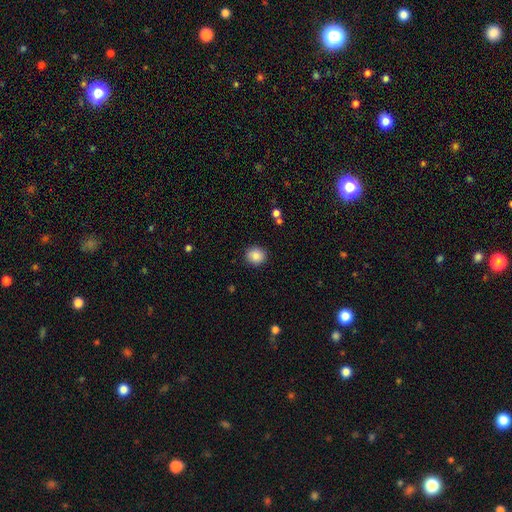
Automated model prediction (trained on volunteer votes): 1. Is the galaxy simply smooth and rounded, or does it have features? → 87% smooth, 9% star or artifact, 4% featured or disk.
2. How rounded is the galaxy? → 84% round, 15% in between, 1% cigar-shaped.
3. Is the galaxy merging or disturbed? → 90% none, 7% minor disturbance, 2% major disturbance, 1% merger.